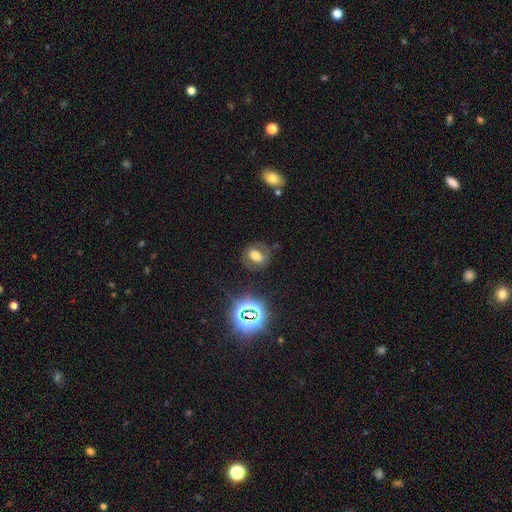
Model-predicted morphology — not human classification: Smooth or featured? Predicted: smooth (p=0.43). Merging? Predicted: none (p=0.71).